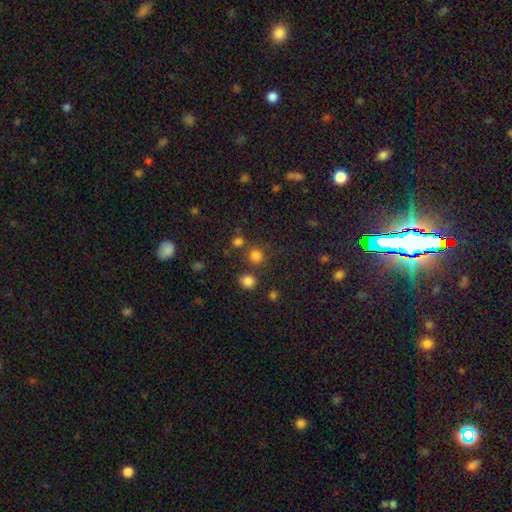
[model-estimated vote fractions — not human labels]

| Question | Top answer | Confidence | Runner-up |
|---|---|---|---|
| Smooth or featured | smooth | 78% | star or artifact (17%) |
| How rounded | round | 88% | in between (11%) |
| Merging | none | 73% | merger (13%) |